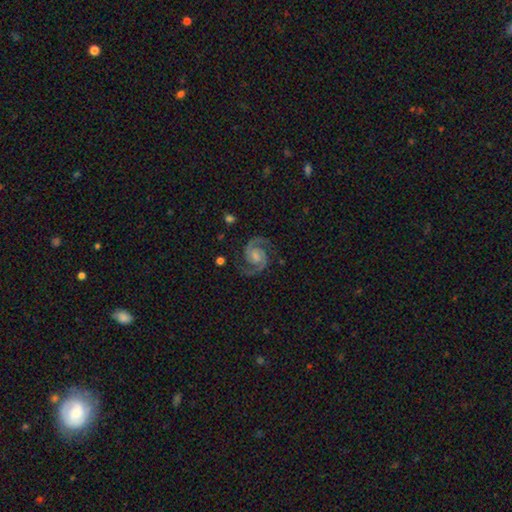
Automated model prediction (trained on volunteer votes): Morphology: type=featured or disk (93%); edge-on=no (98%); bar=no (45%); spiral arms=yes (99%); winding=medium (57%); arm count=2 (95%); bulge=moderate (37%); merging=none (83%).